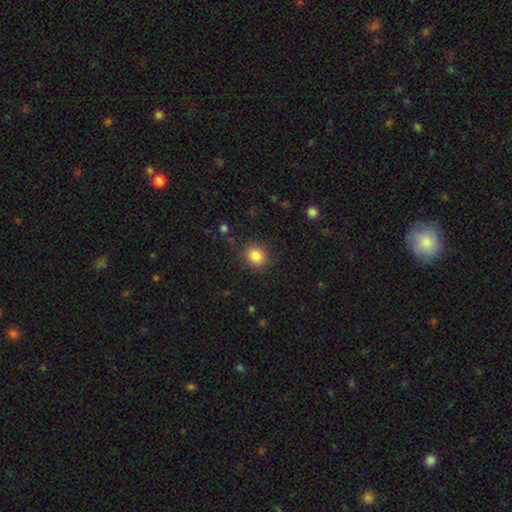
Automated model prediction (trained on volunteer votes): A smooth galaxy with no disk features (85%) that is round (78%).

Vote fractions:
- Smooth or featured? smooth: 85% / star or artifact: 10% / featured or disk: 5%
- How rounded? round: 78% / in between: 21% / cigar-shaped: 1%
- Merging? none: 87% / minor disturbance: 9% / major disturbance: 3% / merger: 1%